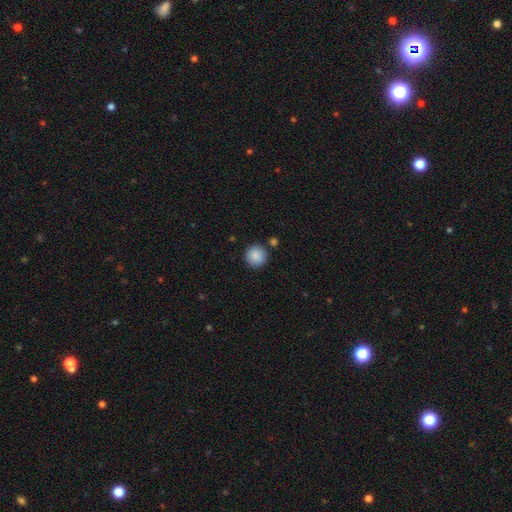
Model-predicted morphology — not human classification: smooth 88%, star or artifact 8%, featured or disk 4%. Down the decision tree: how rounded — round (95%); merging — none (88%).